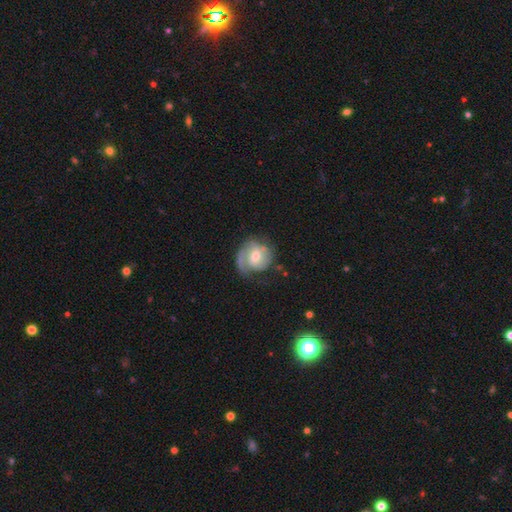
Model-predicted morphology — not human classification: Q: Smooth or featured?
A: featured or disk (69%); runner-up: smooth (25%)
Q: Edge-on disk?
A: no (97%); runner-up: yes (3%)
Q: Bar?
A: no (47%); runner-up: weak (44%)
Q: Spiral arms?
A: yes (87%); runner-up: no (13%)
Q: Spiral winding?
A: tight (43%); runner-up: medium (37%)
Q: Spiral arm count?
A: 1 (42%); runner-up: 2 (37%)
Q: Bulge size?
A: moderate (59%); runner-up: small (33%)
Q: Merging?
A: none (56%); runner-up: minor disturbance (23%)